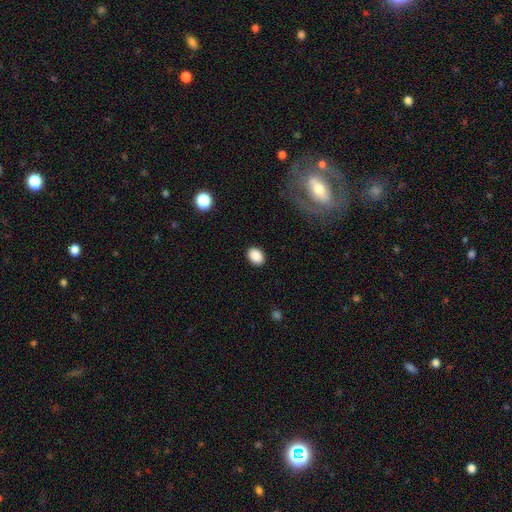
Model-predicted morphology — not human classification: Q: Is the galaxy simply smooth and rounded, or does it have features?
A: smooth — 89%.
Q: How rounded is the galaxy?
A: in between — 74%.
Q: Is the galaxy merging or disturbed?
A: none — 89%.